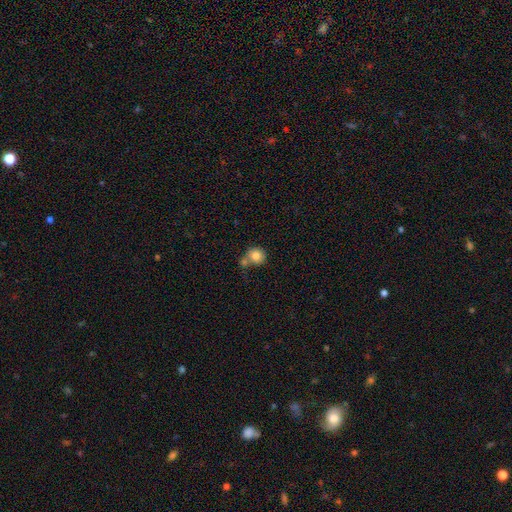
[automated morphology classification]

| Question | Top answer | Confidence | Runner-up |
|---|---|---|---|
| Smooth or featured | smooth | 82% | featured or disk (9%) |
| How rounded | round | 86% | in between (13%) |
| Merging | none | 47% | merger (36%) |